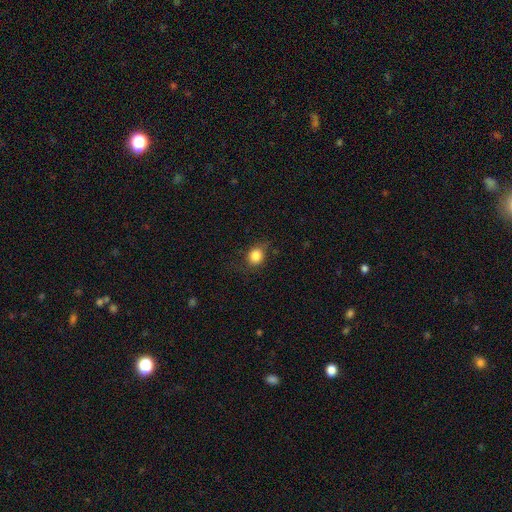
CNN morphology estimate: Q: Smooth or featured?
A: smooth (83%); runner-up: star or artifact (10%)
Q: How rounded?
A: round (71%); runner-up: in between (28%)
Q: Merging?
A: none (73%); runner-up: minor disturbance (19%)